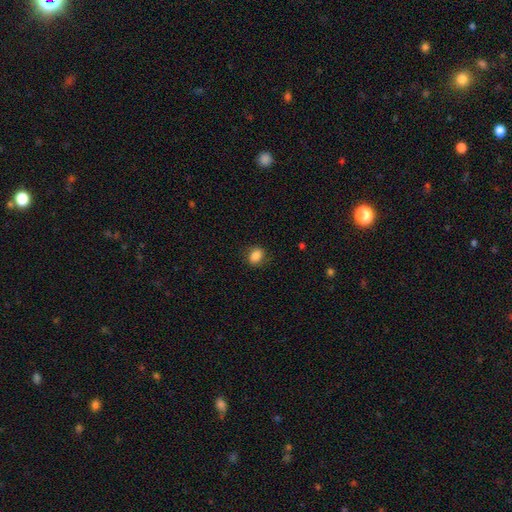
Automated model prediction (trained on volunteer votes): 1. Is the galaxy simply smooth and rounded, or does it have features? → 85% smooth, 9% star or artifact, 6% featured or disk.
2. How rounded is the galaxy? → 54% in between, 45% round, 1% cigar-shaped.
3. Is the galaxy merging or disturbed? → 82% none, 13% minor disturbance, 3% major disturbance, 1% merger.